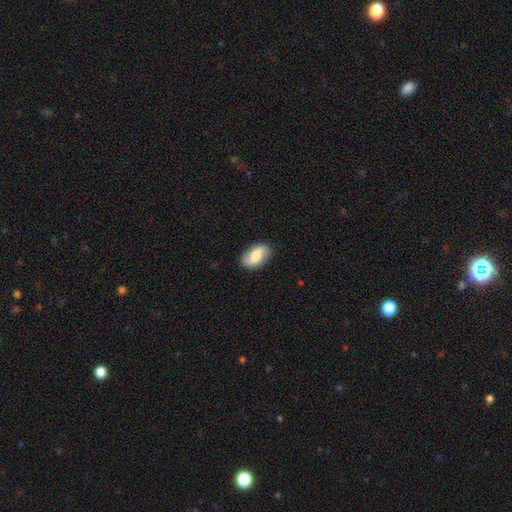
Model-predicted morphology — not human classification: This appears to be a smooth galaxy with no disk features (50%). Merging: none (86%).